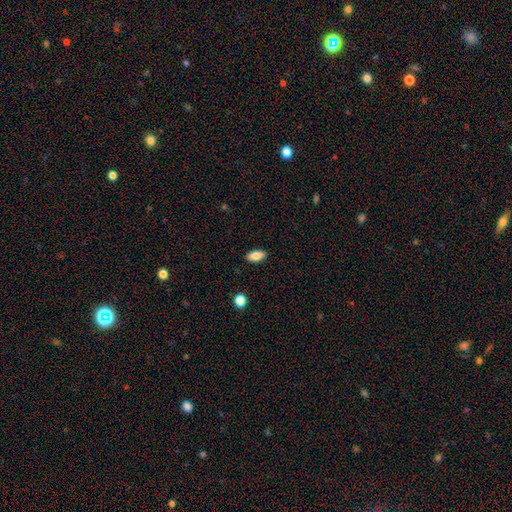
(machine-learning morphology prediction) This is clearly a smooth galaxy (81%). How rounded: clearly in between (89%). Merging: clearly none (89%).